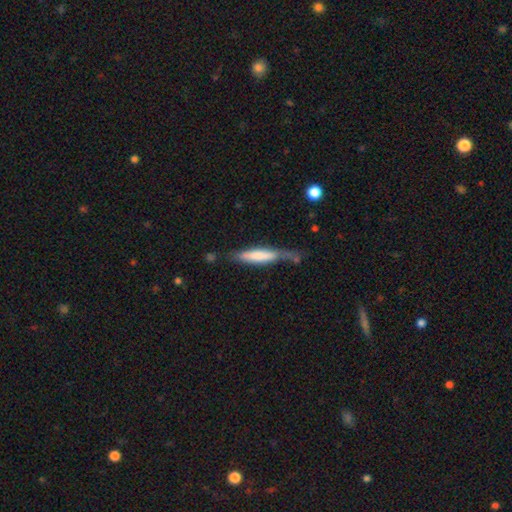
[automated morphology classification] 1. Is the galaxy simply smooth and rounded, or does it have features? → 57% smooth, 36% featured or disk, 6% star or artifact.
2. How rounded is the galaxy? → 85% cigar-shaped, 13% in between, 1% round.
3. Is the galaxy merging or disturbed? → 49% none, 31% minor disturbance, 13% major disturbance, 7% merger.